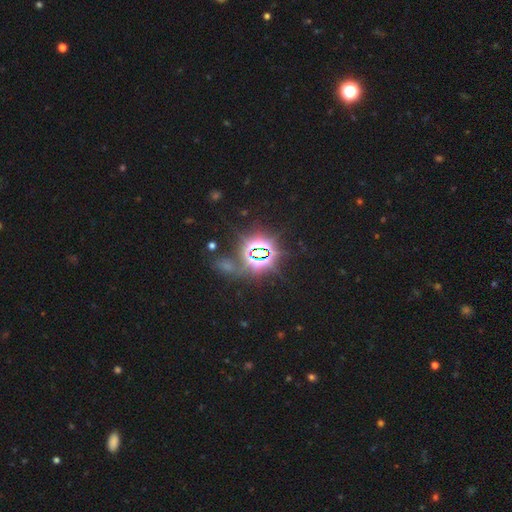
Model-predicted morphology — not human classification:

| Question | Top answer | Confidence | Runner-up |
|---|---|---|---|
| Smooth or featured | star or artifact | 83% | smooth (10%) |